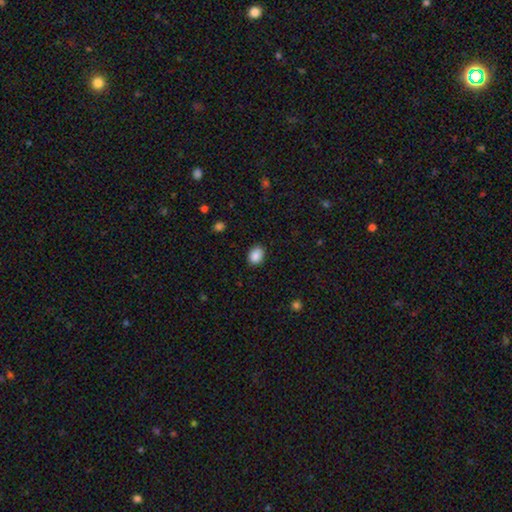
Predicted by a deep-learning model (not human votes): Overall: smooth (89%). How rounded: in between (72%). Merging: none (86%).